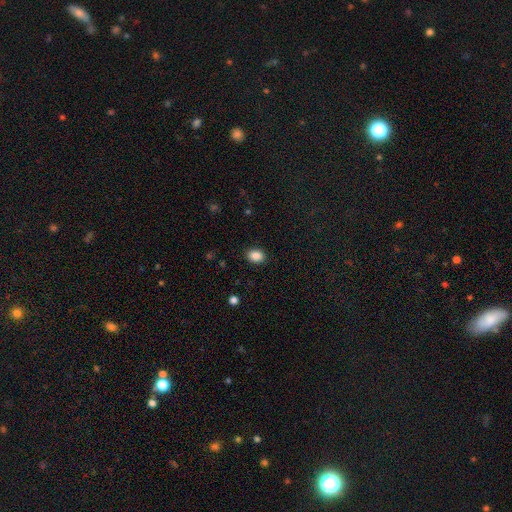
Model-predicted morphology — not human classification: Q: Smooth or featured?
A: smooth (88%); runner-up: star or artifact (9%)
Q: How rounded?
A: in between (70%); runner-up: round (29%)
Q: Merging?
A: none (89%); runner-up: minor disturbance (8%)